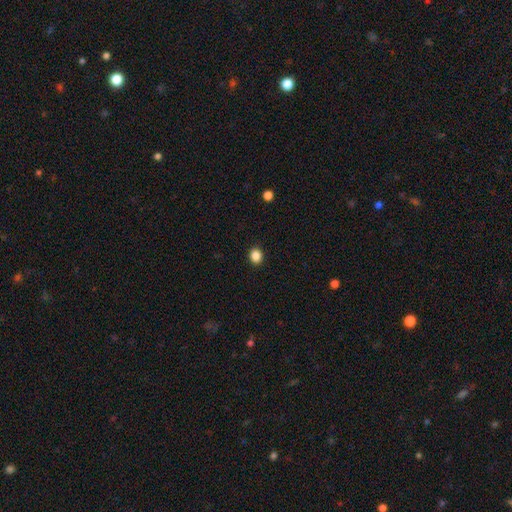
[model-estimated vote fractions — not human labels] This is clearly a smooth galaxy (87%). How rounded: likely round (64%). Merging: clearly none (92%).